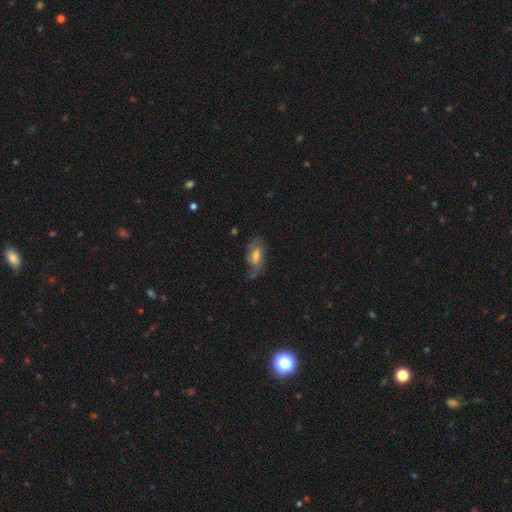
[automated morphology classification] The model was most divided on "bar": weak: 47%, no: 42%, strong: 11%. More confident: edge-on disk — no (92%); spiral arms — yes (85%); smooth or featured — featured or disk (62%); merging — none (55%); bulge size — moderate (55%).